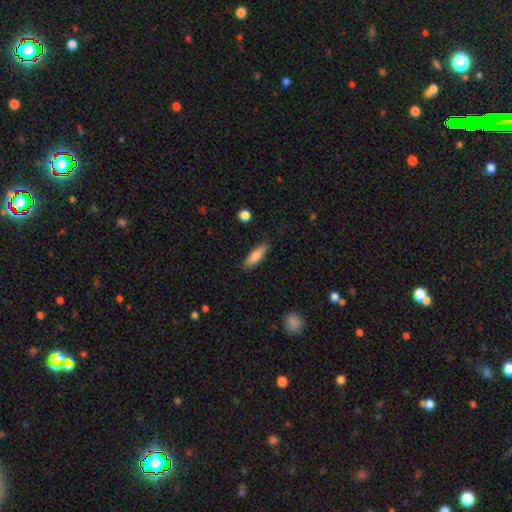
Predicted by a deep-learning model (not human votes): Q: Smooth or featured?
A: smooth (80%); runner-up: featured or disk (14%)
Q: How rounded?
A: cigar-shaped (53%); runner-up: in between (45%)
Q: Merging?
A: none (86%); runner-up: minor disturbance (11%)